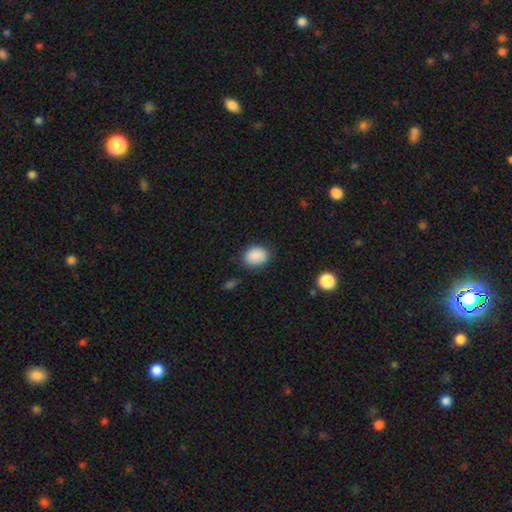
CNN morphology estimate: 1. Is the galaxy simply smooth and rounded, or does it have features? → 88% smooth, 8% star or artifact, 3% featured or disk.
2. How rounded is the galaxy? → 60% in between, 39% round, 1% cigar-shaped.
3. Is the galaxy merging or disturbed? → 80% none, 15% minor disturbance, 4% major disturbance, 2% merger.